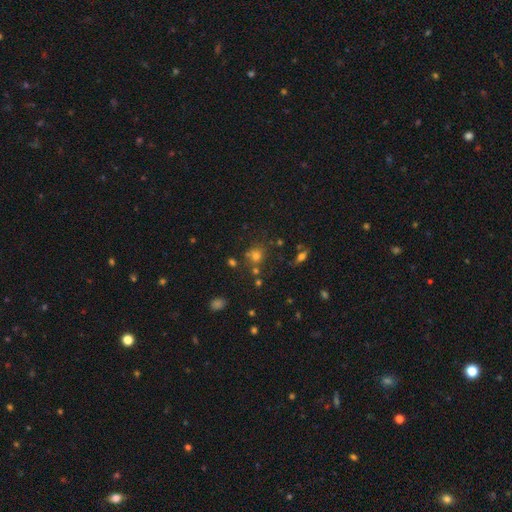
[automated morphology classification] A smooth galaxy with no disk features (63%) that is round (78%). Merging: none (63%).